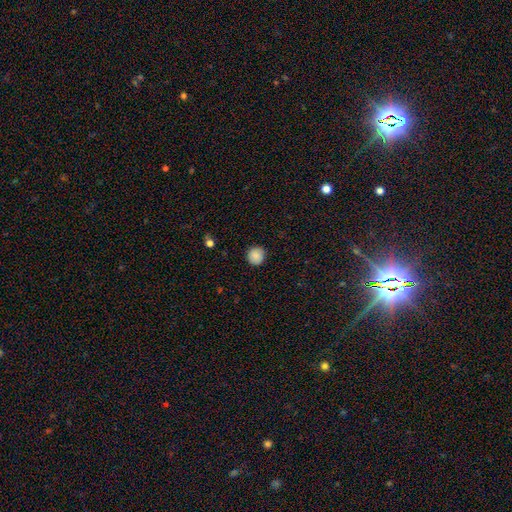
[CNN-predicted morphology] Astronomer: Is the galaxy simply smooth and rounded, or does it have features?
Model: smooth — 87%.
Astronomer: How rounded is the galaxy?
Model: round — 92%.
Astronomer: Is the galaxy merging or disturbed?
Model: none — 89%.